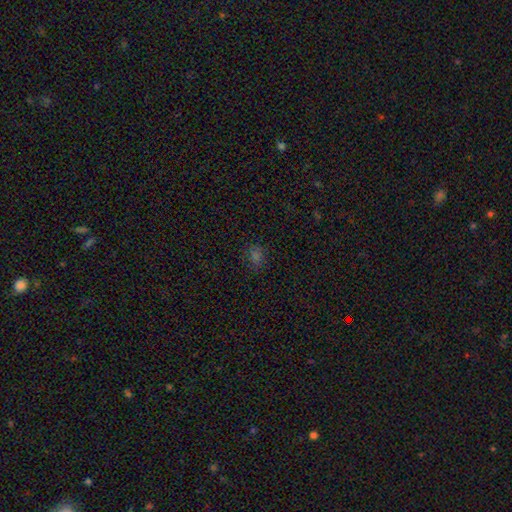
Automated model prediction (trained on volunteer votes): Smooth or featured: smooth — 66% (star or artifact — 28%)
How rounded: round — 50% (in between — 48%)
Merging: none — 82% (minor disturbance — 13%)